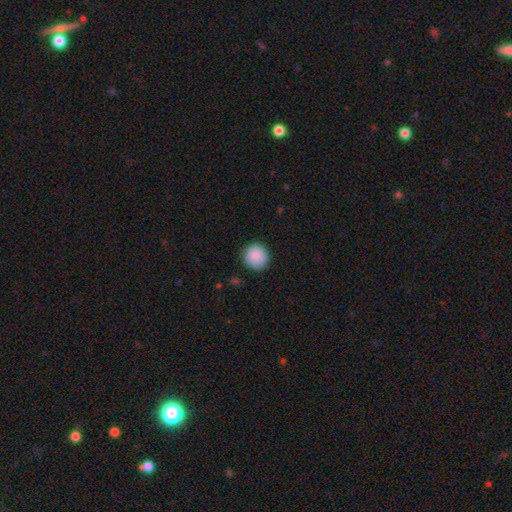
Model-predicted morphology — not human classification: Overall: smooth (89%). How rounded: round (94%). Merging: none (87%).